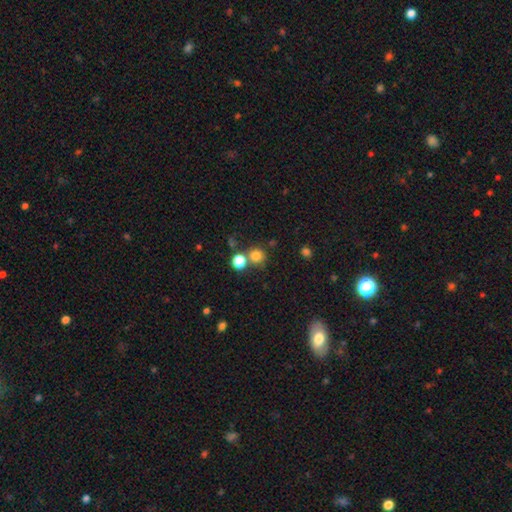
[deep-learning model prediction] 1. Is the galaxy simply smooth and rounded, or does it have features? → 78% smooth, 15% star or artifact, 7% featured or disk.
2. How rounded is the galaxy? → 90% round, 9% in between, 1% cigar-shaped.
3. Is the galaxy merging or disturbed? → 66% none, 22% merger, 8% minor disturbance, 4% major disturbance.